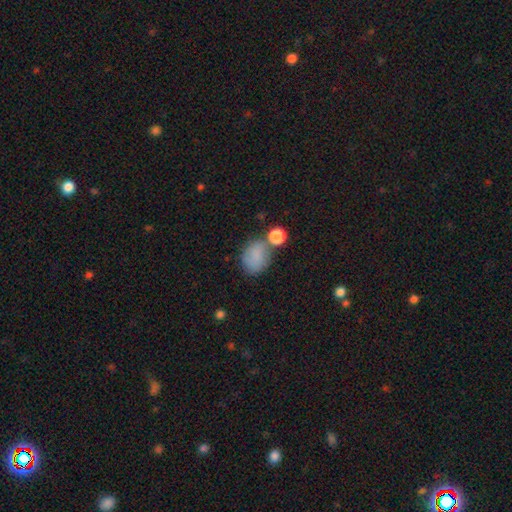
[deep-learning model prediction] smooth-or-featured: smooth: 82% | star or artifact: 10% | featured or disk: 8%
  how-rounded: in between: 55% | round: 43% | cigar-shaped: 1%
  merging: none: 53% | merger: 20% | minor disturbance: 19% | major disturbance: 8%